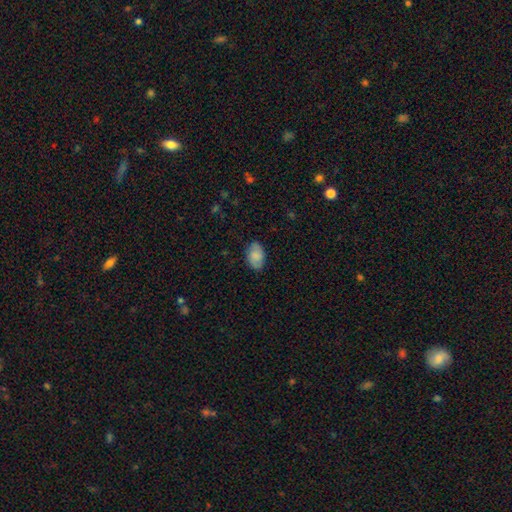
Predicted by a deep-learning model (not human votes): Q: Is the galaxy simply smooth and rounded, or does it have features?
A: smooth — 78%.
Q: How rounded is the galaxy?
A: in between — 91%.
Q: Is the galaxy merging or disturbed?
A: none — 82%.